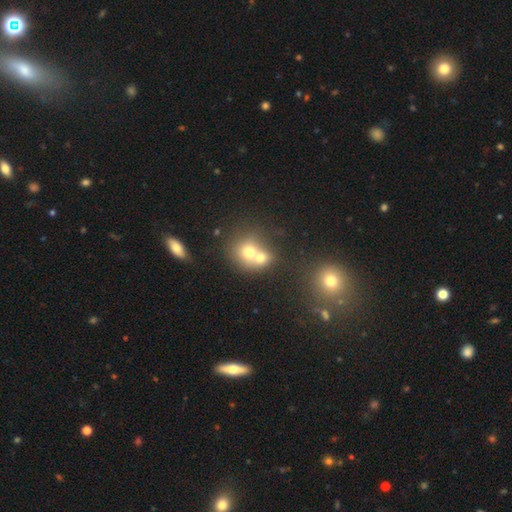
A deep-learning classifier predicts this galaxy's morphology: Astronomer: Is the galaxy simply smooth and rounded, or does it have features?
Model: smooth — 67%.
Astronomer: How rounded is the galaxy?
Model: round — 75%.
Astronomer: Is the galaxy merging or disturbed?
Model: merger — 61%.